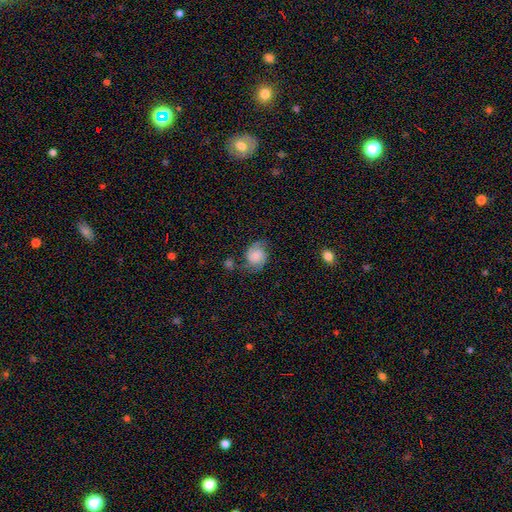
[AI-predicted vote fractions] Smooth or featured?
  - smooth: 58% *
  - featured or disk: 33%
  - star or artifact: 10%
How rounded?
  - round: 61% *
  - in between: 38%
  - cigar-shaped: 1%
Merging?
  - none: 58% *
  - minor disturbance: 26%
  - major disturbance: 11%
  - merger: 5%